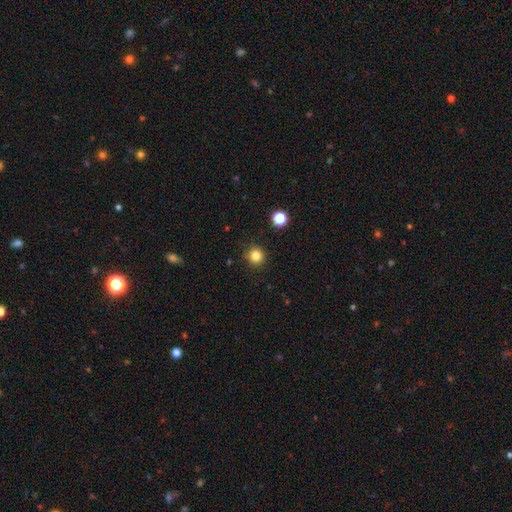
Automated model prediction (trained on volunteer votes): This appears to be a smooth galaxy with no disk features (83%) that is round (94%). Merging: none (90%).